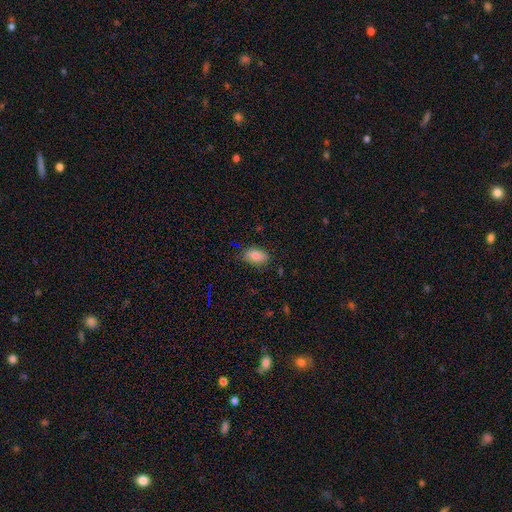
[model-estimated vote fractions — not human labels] The model was most divided on "merging": none: 81%, minor disturbance: 14%, major disturbance: 3%, merger: 1%. More confident: how rounded — in between (91%); smooth or featured — smooth (84%).